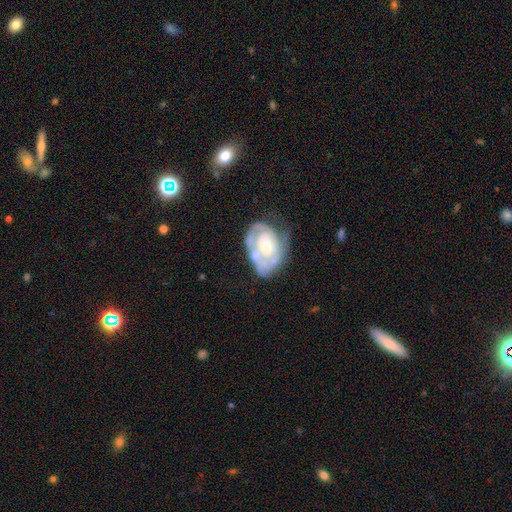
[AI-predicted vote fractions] Smooth or featured?
  - featured or disk: 72% *
  - smooth: 23%
  - star or artifact: 6%
Edge-on disk?
  - no: 97% *
  - yes: 3%
Bar?
  - no: 79% *
  - weak: 17%
  - strong: 4%
Spiral arms?
  - yes: 57% *
  - no: 43%
Bulge size?
  - moderate: 57% *
  - small: 26%
  - large: 11%
  - none: 4%
  - dominant: 2%
Merging?
  - none: 37% *
  - minor disturbance: 28%
  - major disturbance: 22%
  - merger: 13%